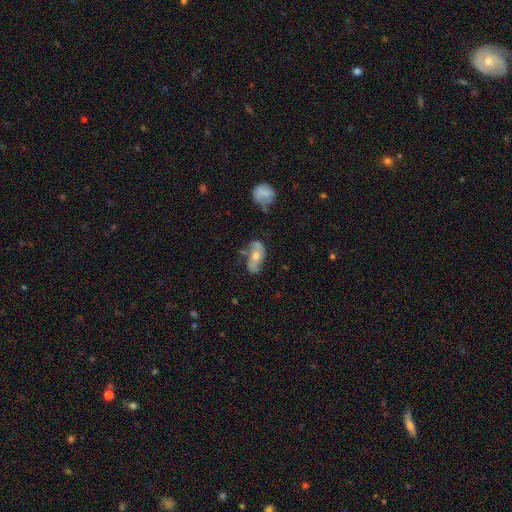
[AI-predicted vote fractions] This is likely a featured or disk galaxy (60%). It is clearly not viewed edge-on (89%). Bar: likely no (76%). Spiral arm pattern: likely yes (69%). Central bulge: likely moderate (68%). Merging: possibly none (52%).